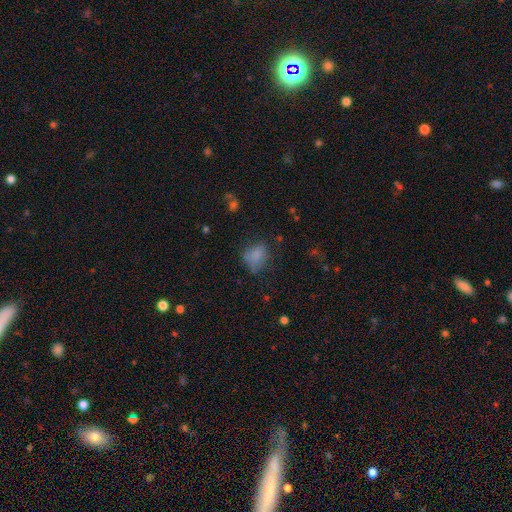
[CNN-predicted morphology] Q: Smooth or featured?
A: smooth (74%); runner-up: star or artifact (13%)
Q: How rounded?
A: in between (67%); runner-up: round (32%)
Q: Merging?
A: none (50%); runner-up: minor disturbance (28%)